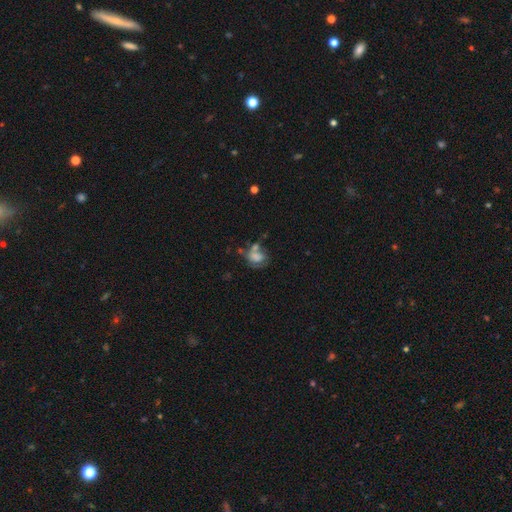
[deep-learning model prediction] The model was most divided on "merging": none: 29%, merger: 28%, major disturbance: 23%, minor disturbance: 20%. More confident: how rounded — in between (62%); smooth or featured — smooth (52%).